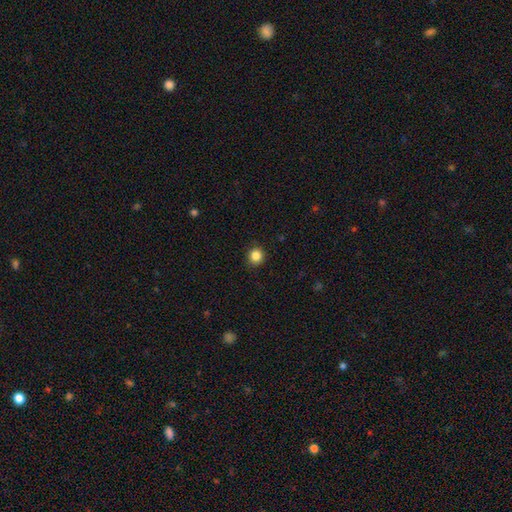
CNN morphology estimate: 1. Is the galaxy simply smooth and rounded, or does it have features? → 85% smooth, 11% star or artifact, 4% featured or disk.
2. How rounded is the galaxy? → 92% round, 7% in between, 1% cigar-shaped.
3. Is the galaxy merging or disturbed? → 91% none, 6% minor disturbance, 2% major disturbance, 1% merger.